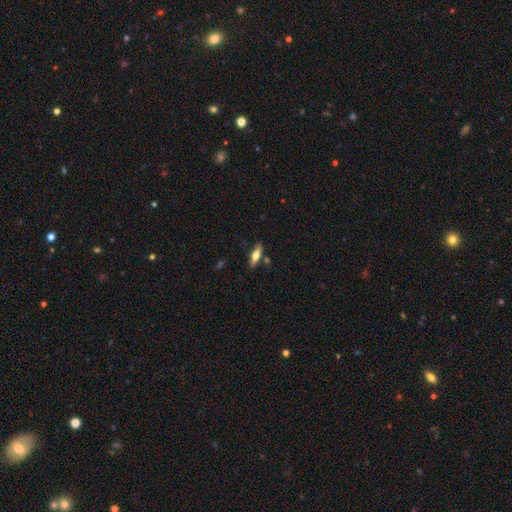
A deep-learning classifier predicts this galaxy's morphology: The model was most divided on "how rounded" (2-way tie): cigar-shaped: 49%, in between: 49%, round: 3%. More confident: merging — none (79%); smooth or featured — smooth (54%).